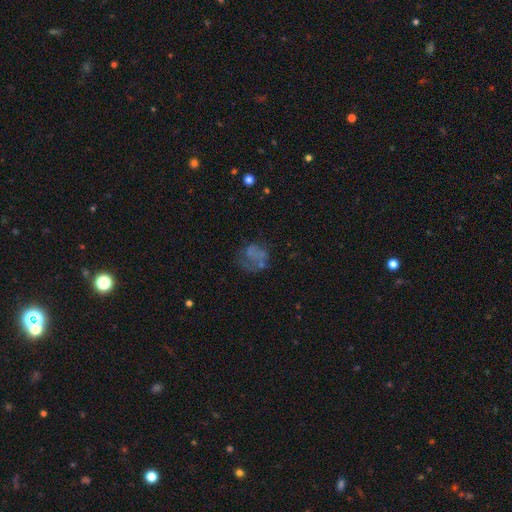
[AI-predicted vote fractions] Smooth or featured? smooth (44%)
Merging? none (41%)